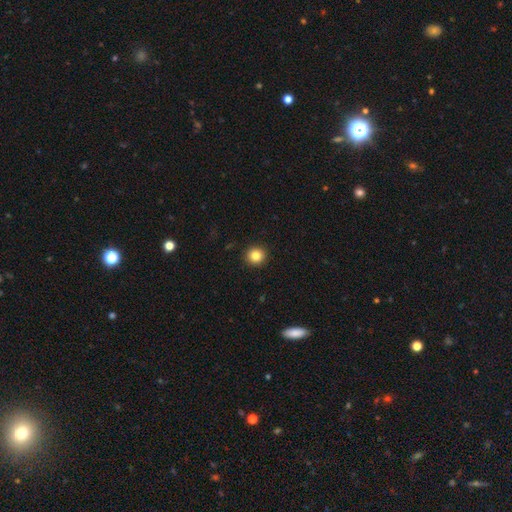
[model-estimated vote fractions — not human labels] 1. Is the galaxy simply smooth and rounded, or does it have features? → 85% smooth, 10% star or artifact, 5% featured or disk.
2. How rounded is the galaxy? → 91% round, 8% in between, 1% cigar-shaped.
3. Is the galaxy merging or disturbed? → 93% none, 5% minor disturbance, 2% major disturbance, 1% merger.